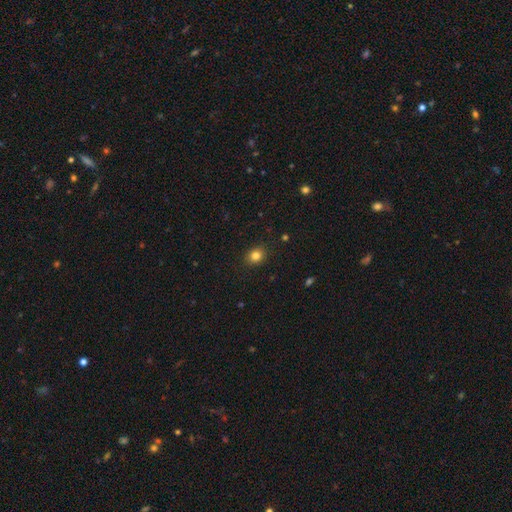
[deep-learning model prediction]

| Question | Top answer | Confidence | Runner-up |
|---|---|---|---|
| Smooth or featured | smooth | 82% | star or artifact (12%) |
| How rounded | round | 62% | in between (37%) |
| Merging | none | 90% | minor disturbance (7%) |